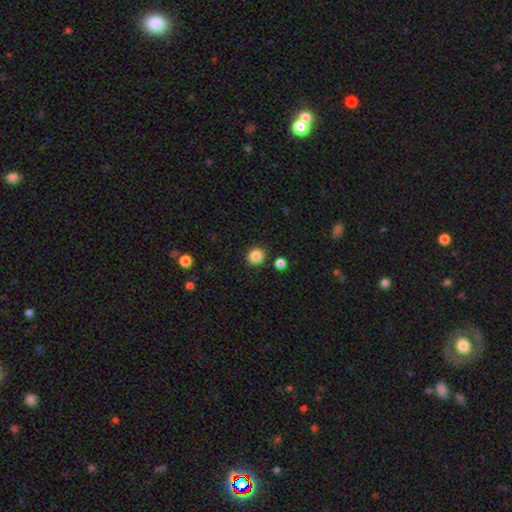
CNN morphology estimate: smooth_or_featured: smooth (p=0.85) [alt: star or artifact p=0.11]
how_rounded: round (p=0.85) [alt: in between p=0.15]
merging: none (p=0.86) [alt: minor disturbance p=0.07]